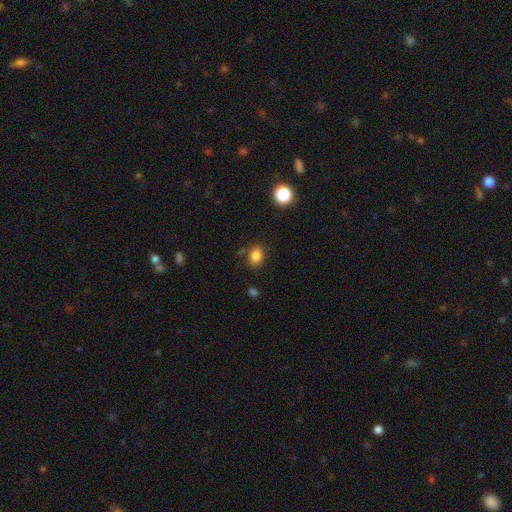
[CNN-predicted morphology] This is clearly a smooth galaxy (83%). How rounded: possibly round (51%). Merging: likely none (78%).